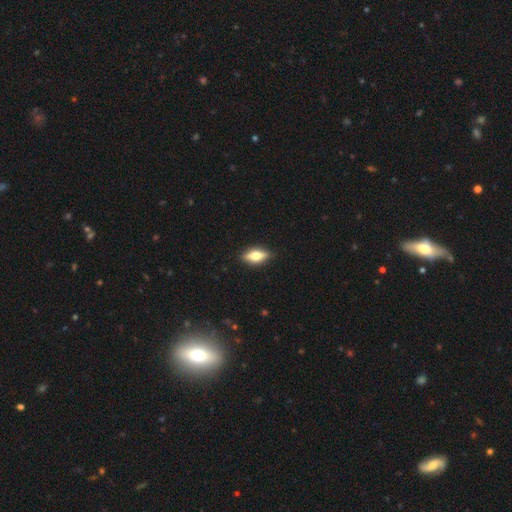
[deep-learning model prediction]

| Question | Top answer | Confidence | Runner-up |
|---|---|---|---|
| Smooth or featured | smooth | 53% | featured or disk (40%) |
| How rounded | in between | 70% | cigar-shaped (25%) |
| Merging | none | 87% | minor disturbance (10%) |